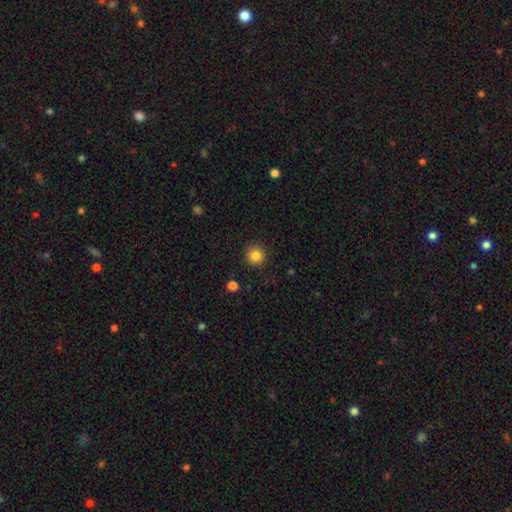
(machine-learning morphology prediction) A smooth galaxy with no disk features (84%) that is round (94%). Merging: none (90%).